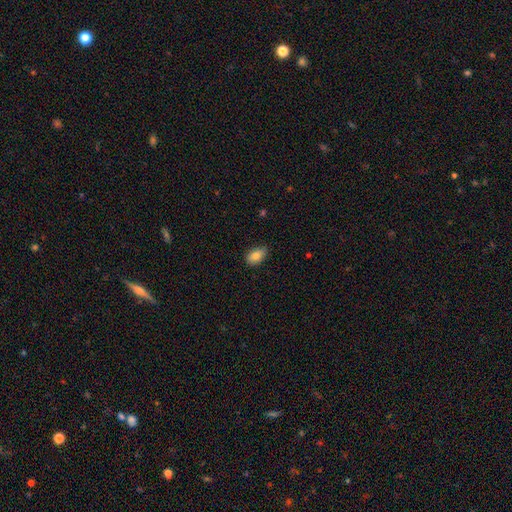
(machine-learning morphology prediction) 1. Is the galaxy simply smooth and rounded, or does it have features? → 82% smooth, 10% featured or disk, 8% star or artifact.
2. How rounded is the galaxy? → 90% in between, 8% round, 2% cigar-shaped.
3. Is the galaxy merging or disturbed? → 77% none, 19% minor disturbance, 3% major disturbance, 1% merger.